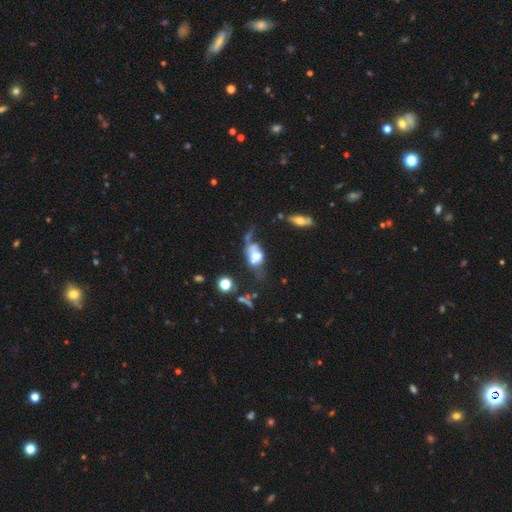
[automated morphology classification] Overall: smooth (43%; featured or disk 41%). Merging: major disturbance (34%; merger 29%).